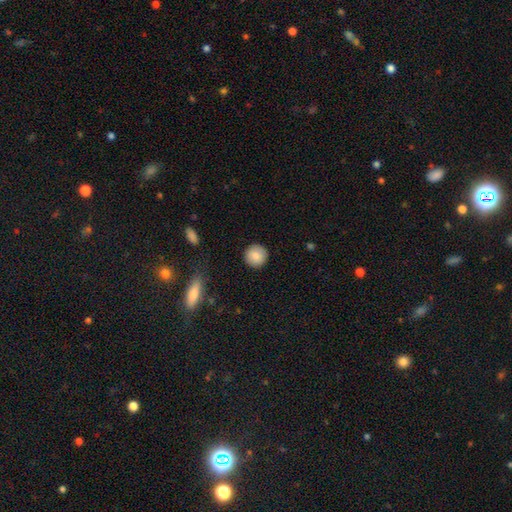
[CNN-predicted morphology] Smooth or featured?
  - smooth: 84% *
  - featured or disk: 9%
  - star or artifact: 7%
How rounded?
  - round: 94% *
  - in between: 4%
  - cigar-shaped: 1%
Merging?
  - none: 91% *
  - minor disturbance: 6%
  - major disturbance: 2%
  - merger: 1%